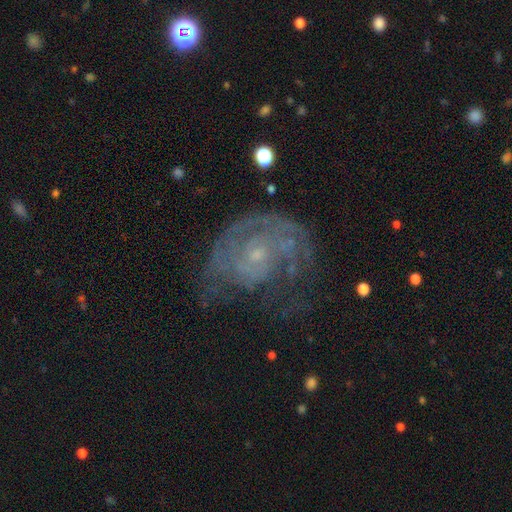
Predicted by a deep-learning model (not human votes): A featured or disk galaxy (78%) with no bar (79%), tight (56%) spiral arms (84%) and a small central bulge (77%).

Vote fractions:
- Smooth or featured? featured or disk: 78% / smooth: 12% / star or artifact: 10%
- Edge-on disk? no: 97% / yes: 3%
- Bar? no: 79% / weak: 18% / strong: 3%
- Spiral arms? yes: 84% / no: 16%
- Spiral winding? tight: 56% / medium: 31% / loose: 13%
- Spiral arm count? can't tell: 42% / 2: 26% / 1: 12% / 3: 11% / 4: 5% / more than 4: 4%
- Bulge size? small: 77% / moderate: 16% / none: 5% / large: 1% / dominant: 1%
- Merging? none: 49% / major disturbance: 25% / minor disturbance: 23% / merger: 2%